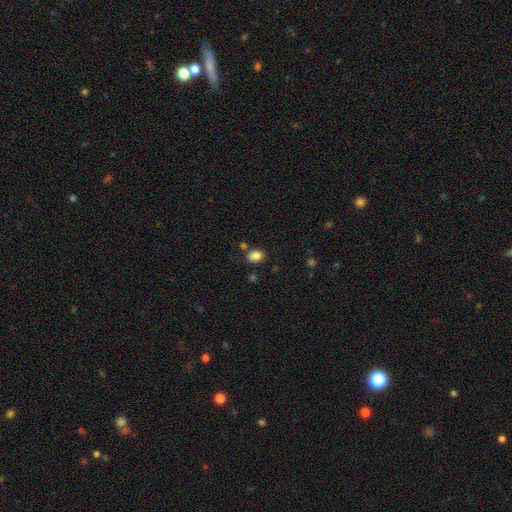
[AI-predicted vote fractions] The model was most divided on "how rounded": in between: 65%, round: 34%, cigar-shaped: 1%. More confident: smooth or featured — smooth (85%); merging — none (75%).